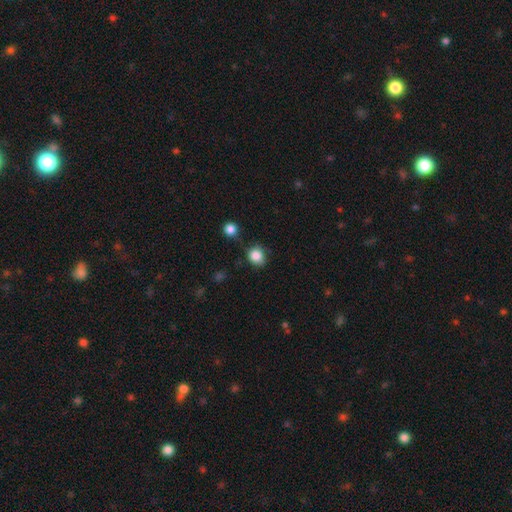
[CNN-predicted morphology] The model was most divided on "merging": none: 73%, minor disturbance: 18%, merger: 5%, major disturbance: 5%. More confident: smooth or featured — smooth (85%); how rounded — round (79%).